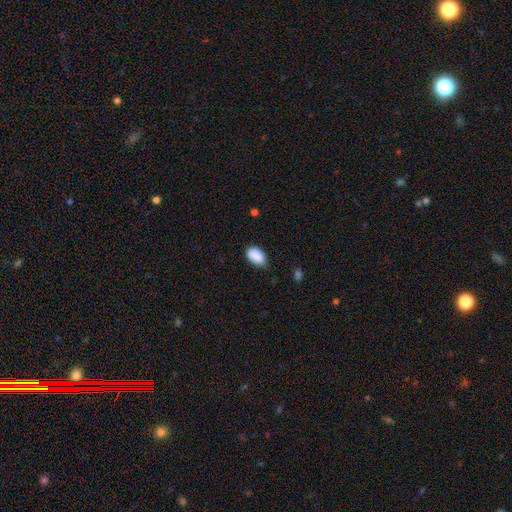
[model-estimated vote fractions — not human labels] Q: Smooth or featured?
A: smooth (89%); runner-up: star or artifact (7%)
Q: How rounded?
A: in between (92%); runner-up: round (7%)
Q: Merging?
A: none (67%); runner-up: minor disturbance (27%)